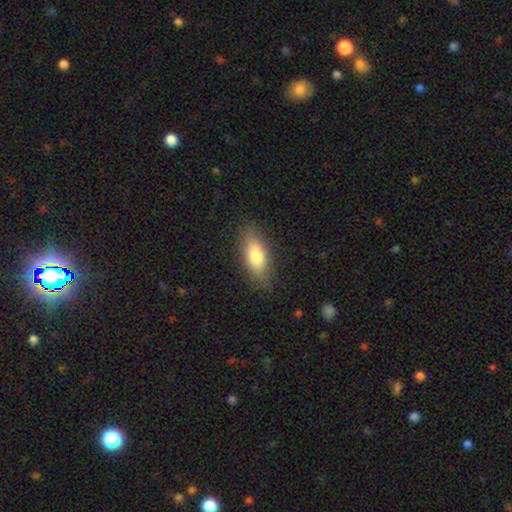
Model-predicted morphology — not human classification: Smooth or featured? Predicted: smooth (p=0.78). How rounded? Predicted: in between (p=0.77). Merging? Predicted: none (p=0.82).